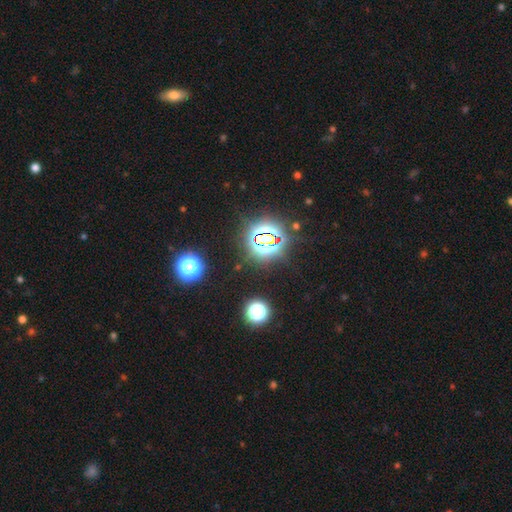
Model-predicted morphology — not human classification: type=star or artifact (82%).